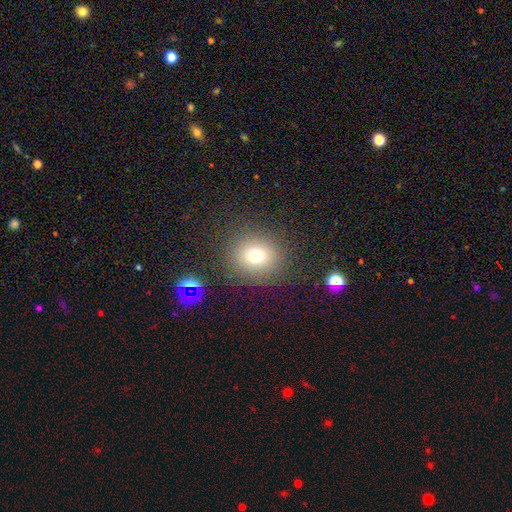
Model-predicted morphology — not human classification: Smooth or featured?
  - smooth: 72% *
  - star or artifact: 17%
  - featured or disk: 11%
How rounded?
  - round: 83% *
  - in between: 16%
  - cigar-shaped: 1%
Merging?
  - none: 86% *
  - minor disturbance: 8%
  - major disturbance: 4%
  - merger: 2%